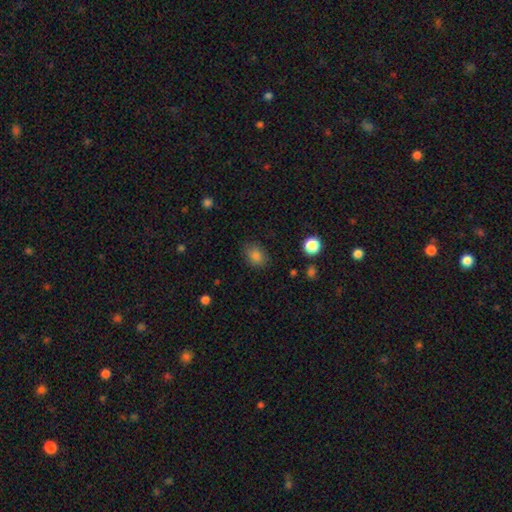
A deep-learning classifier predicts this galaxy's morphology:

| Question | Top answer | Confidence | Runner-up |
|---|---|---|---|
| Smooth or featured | smooth | 84% | star or artifact (12%) |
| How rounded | in between | 61% | round (38%) |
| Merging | none | 81% | minor disturbance (14%) |